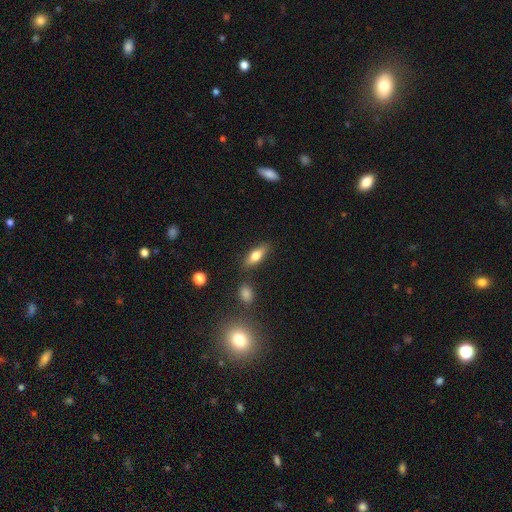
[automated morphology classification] The model was most divided on "how rounded": in between: 69%, cigar-shaped: 27%, round: 4%. More confident: merging — none (82%); smooth or featured — smooth (68%).